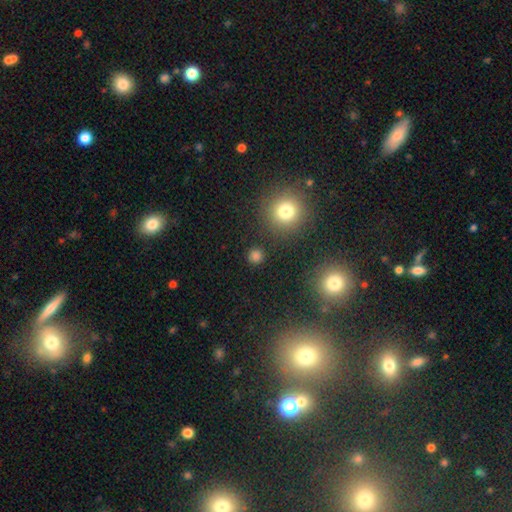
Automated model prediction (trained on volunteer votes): smooth_or_featured: smooth (p=0.77) [alt: star or artifact p=0.19]
how_rounded: round (p=0.92) [alt: in between p=0.07]
merging: none (p=0.88) [alt: minor disturbance p=0.06]